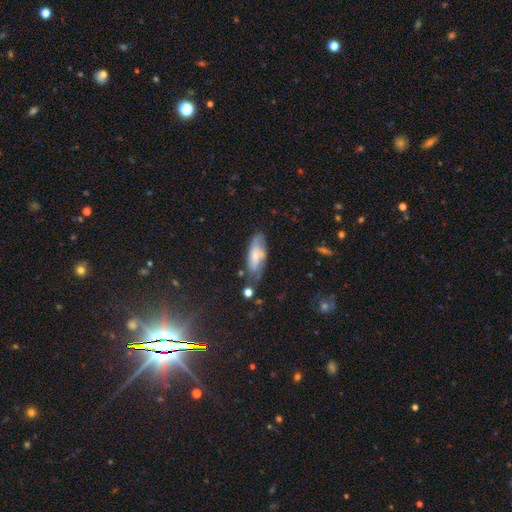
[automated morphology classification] A smooth galaxy with no disk features (57%) that is in between round and cigar-shaped (70%). Merging: none (50%).